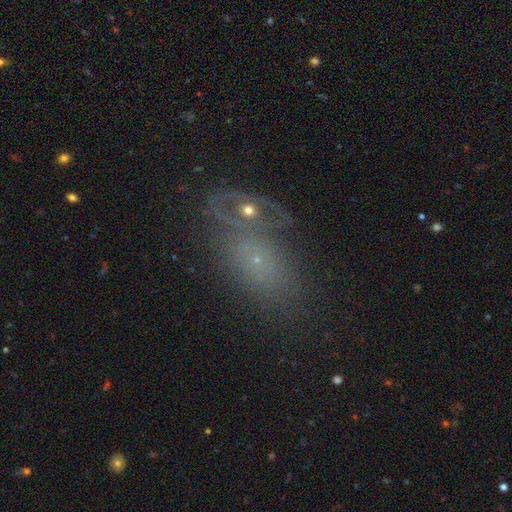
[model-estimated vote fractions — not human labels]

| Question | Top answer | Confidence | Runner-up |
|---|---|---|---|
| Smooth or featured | smooth | 50% | star or artifact (27%) |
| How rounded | in between | 81% | round (10%) |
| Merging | none | 60% | minor disturbance (18%) |